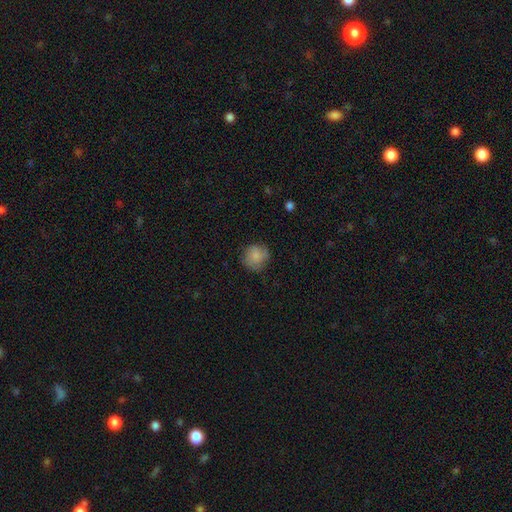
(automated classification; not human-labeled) Smooth or featured? Predicted: smooth (p=0.81). How rounded? Predicted: round (p=0.88). Merging? Predicted: none (p=0.76).